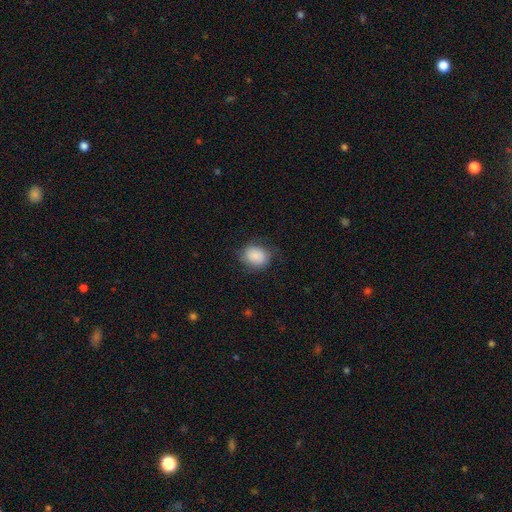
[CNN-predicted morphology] Smooth or featured?
  - smooth: 84% *
  - featured or disk: 8%
  - star or artifact: 8%
How rounded?
  - round: 52% *
  - in between: 47%
  - cigar-shaped: 1%
Merging?
  - none: 68% *
  - minor disturbance: 22%
  - major disturbance: 9%
  - merger: 1%